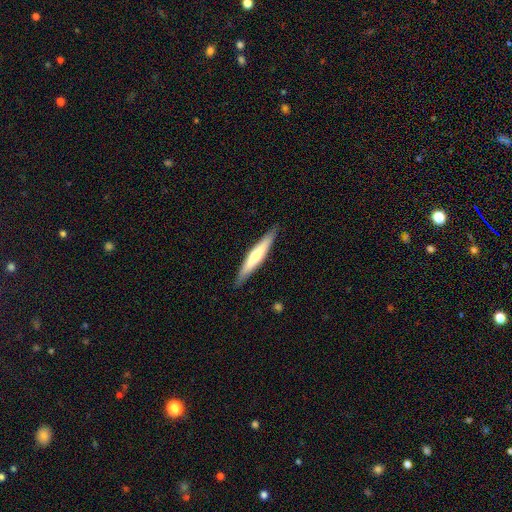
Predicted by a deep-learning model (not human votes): Smooth or featured?
  - smooth: 53% *
  - featured or disk: 42%
  - star or artifact: 5%
How rounded?
  - cigar-shaped: 92% *
  - in between: 7%
  - round: 1%
Merging?
  - none: 90% *
  - minor disturbance: 8%
  - major disturbance: 1%
  - merger: 1%